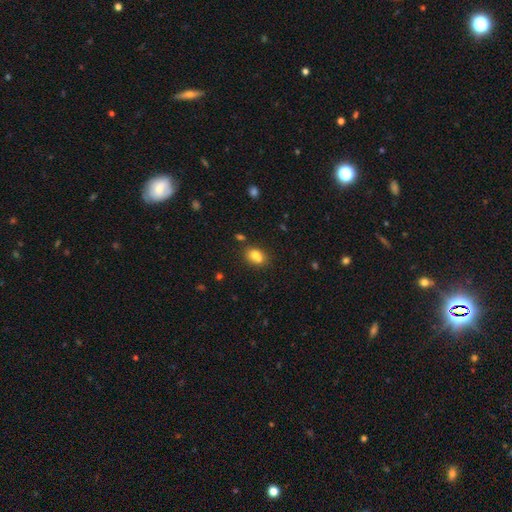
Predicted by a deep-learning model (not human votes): Q: Smooth or featured?
A: smooth (75%); runner-up: featured or disk (14%)
Q: How rounded?
A: in between (60%); runner-up: round (39%)
Q: Merging?
A: none (45%); runner-up: merger (38%)